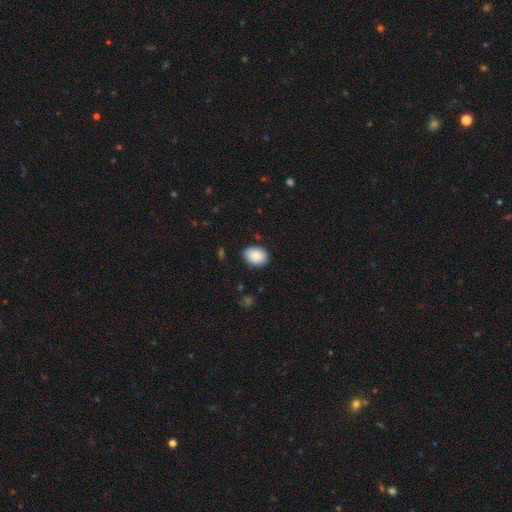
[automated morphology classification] Smooth or featured? Predicted: smooth (p=0.90). How rounded? Predicted: in between (p=0.76). Merging? Predicted: none (p=0.86).